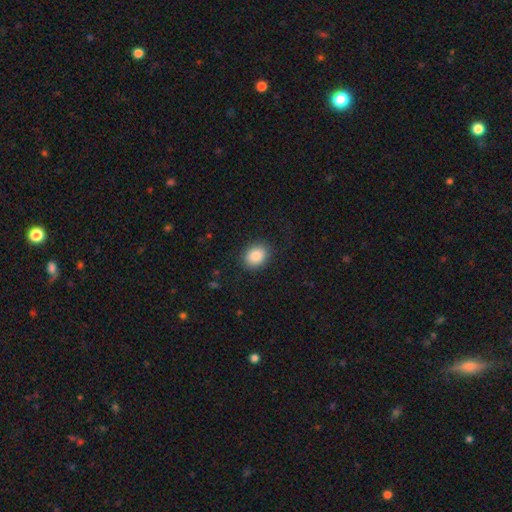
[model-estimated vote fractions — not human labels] A smooth galaxy with no disk features (88%) that is in between round and cigar-shaped (59%).

Vote fractions:
- Smooth or featured? smooth: 88% / star or artifact: 8% / featured or disk: 5%
- How rounded? in between: 59% / round: 40% / cigar-shaped: 1%
- Merging? none: 86% / minor disturbance: 10% / major disturbance: 3% / merger: 1%